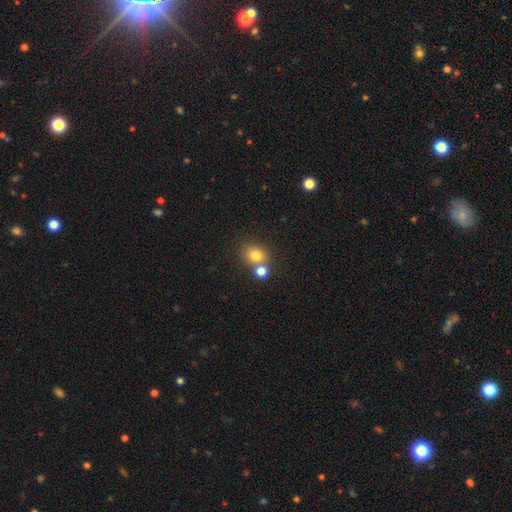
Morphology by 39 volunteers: Q: Smooth or featured?
A: smooth (85%); runner-up: star or artifact (10%)
Q: How rounded?
A: round (82%); runner-up: in between (18%)
Q: Merging?
A: none (71%); runner-up: merger (23%)